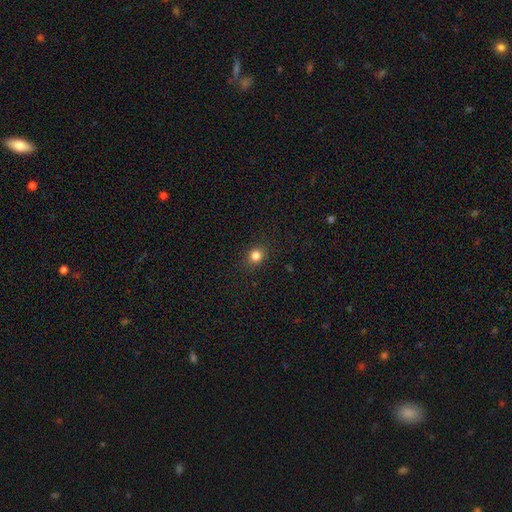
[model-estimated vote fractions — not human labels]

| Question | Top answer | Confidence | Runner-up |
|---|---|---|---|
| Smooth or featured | smooth | 82% | star or artifact (13%) |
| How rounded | round | 80% | in between (19%) |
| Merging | none | 89% | minor disturbance (7%) |